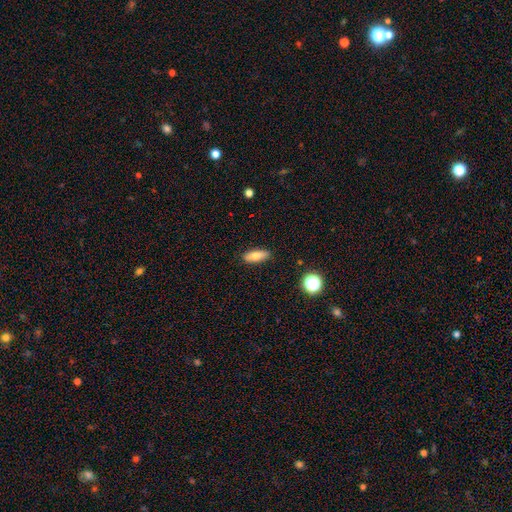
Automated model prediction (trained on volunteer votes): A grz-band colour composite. It shows a smooth galaxy with no disk features (74%) that is in between round and cigar-shaped (67%). Merging: none (88%).